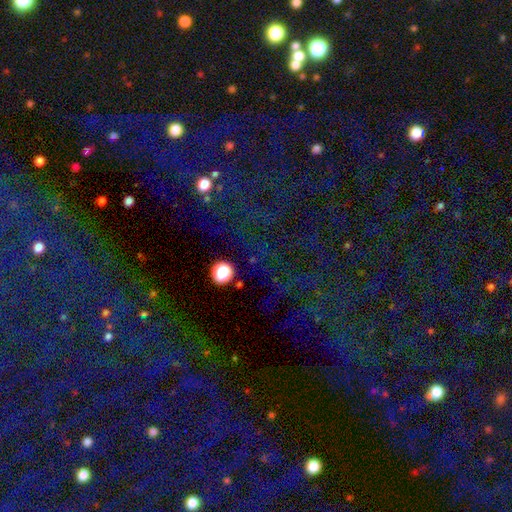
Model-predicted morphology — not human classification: Overall: star or artifact (79%).